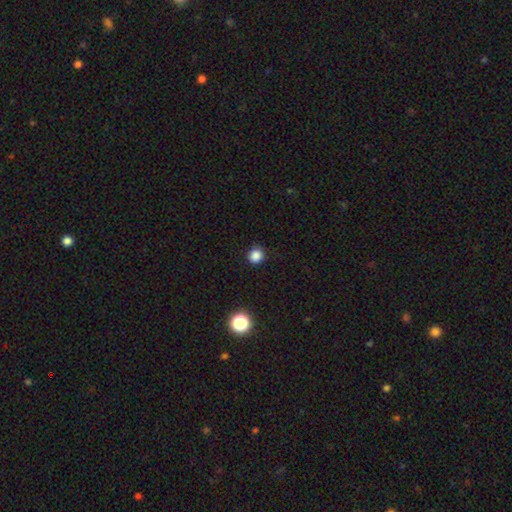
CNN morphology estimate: smooth_or_featured: smooth (p=0.84) [alt: star or artifact p=0.13]
how_rounded: round (p=0.92) [alt: in between p=0.07]
merging: none (p=0.89) [alt: minor disturbance p=0.08]